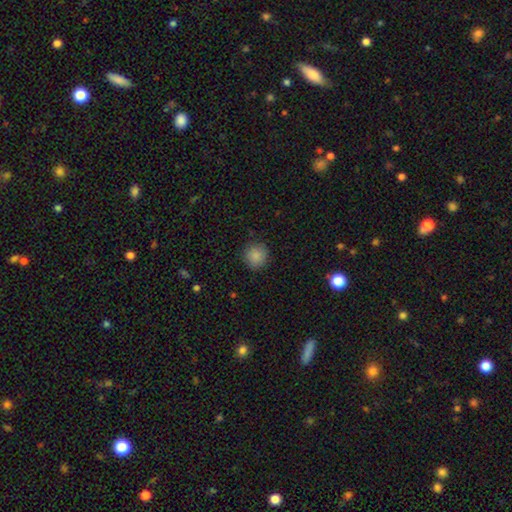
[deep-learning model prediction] A smooth galaxy with no disk features (87%) that is round (93%). Merging: none (89%).